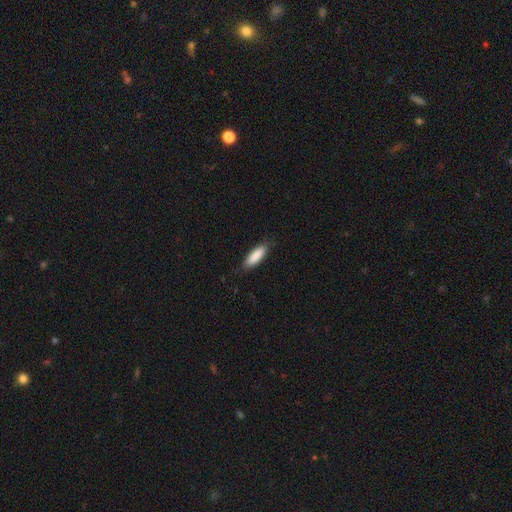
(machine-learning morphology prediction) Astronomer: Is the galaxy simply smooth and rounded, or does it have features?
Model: smooth — 88%.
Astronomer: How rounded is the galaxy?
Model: cigar-shaped — 51% (runner-up: in between, 47%).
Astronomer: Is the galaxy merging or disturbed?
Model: none — 82%.